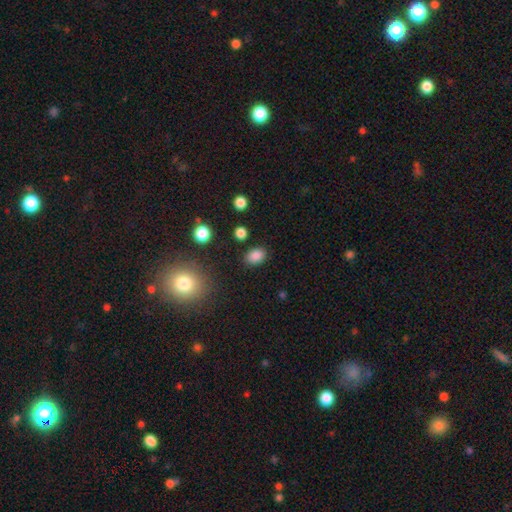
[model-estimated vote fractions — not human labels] smooth_or_featured: smooth (p=0.85) [alt: star or artifact p=0.11]
how_rounded: in between (p=0.75) [alt: round p=0.24]
merging: none (p=0.84) [alt: minor disturbance p=0.10]